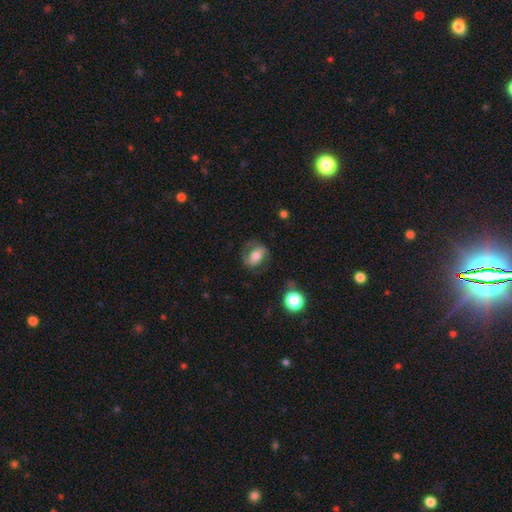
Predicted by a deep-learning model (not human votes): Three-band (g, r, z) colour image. It shows a smooth galaxy with no disk features (52%) that is in between round and cigar-shaped (67%). Merging: none (63%).